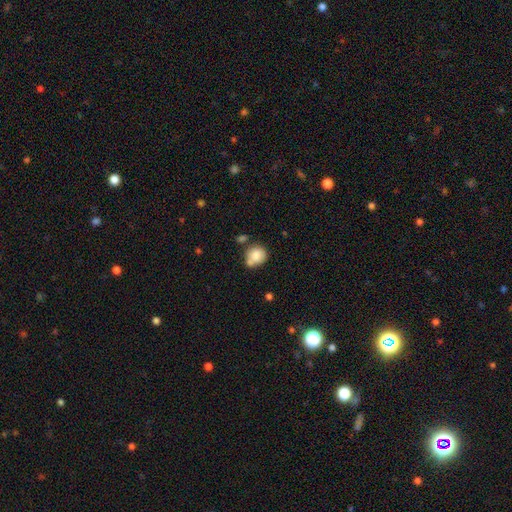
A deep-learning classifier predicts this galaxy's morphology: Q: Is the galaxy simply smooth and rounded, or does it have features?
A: smooth — 81%.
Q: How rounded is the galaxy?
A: round — 75%.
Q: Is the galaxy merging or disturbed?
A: none — 50%.